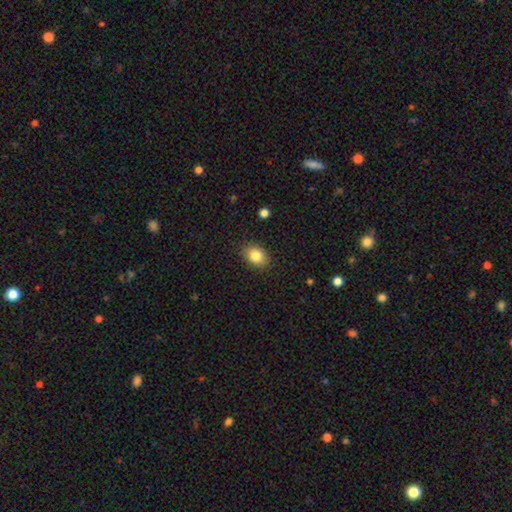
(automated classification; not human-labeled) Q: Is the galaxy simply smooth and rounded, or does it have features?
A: smooth — 84%.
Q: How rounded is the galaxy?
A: in between — 69%.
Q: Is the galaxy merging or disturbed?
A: none — 88%.